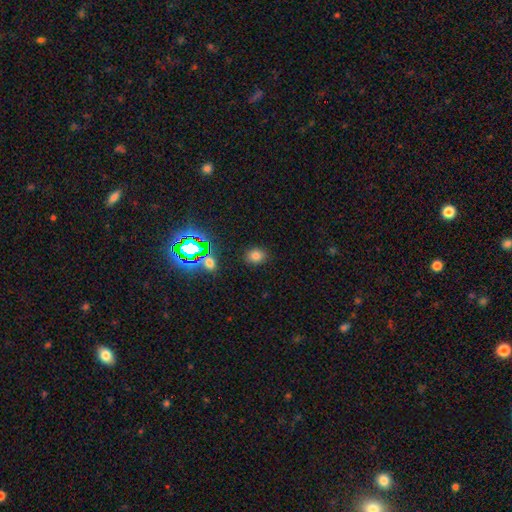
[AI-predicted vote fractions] smooth 72%, star or artifact 21%, featured or disk 7%. Down the decision tree: how rounded — round (60%); merging — none (86%).